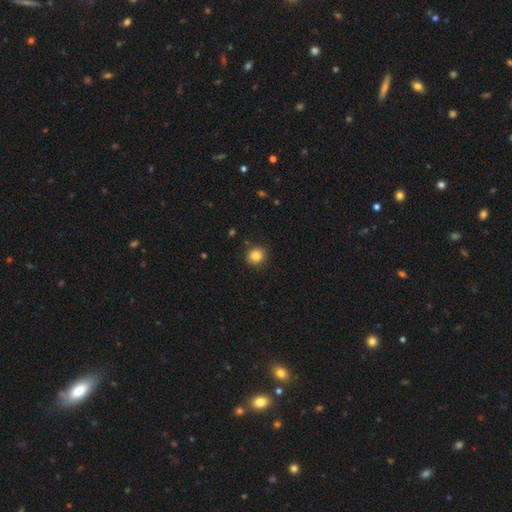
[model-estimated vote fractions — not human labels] smooth 86%, star or artifact 10%, featured or disk 4%. Down the decision tree: how rounded — round (78%); merging — none (86%).